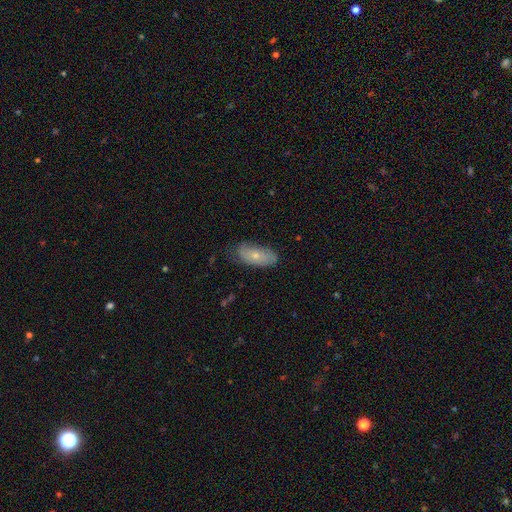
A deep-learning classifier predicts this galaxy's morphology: A smooth galaxy with no disk features (63%) that is in between round and cigar-shaped (86%).

Vote fractions:
- Smooth or featured? smooth: 63% / featured or disk: 30% / star or artifact: 7%
- How rounded? in between: 86% / cigar-shaped: 11% / round: 3%
- Merging? none: 66% / minor disturbance: 27% / major disturbance: 6% / merger: 1%